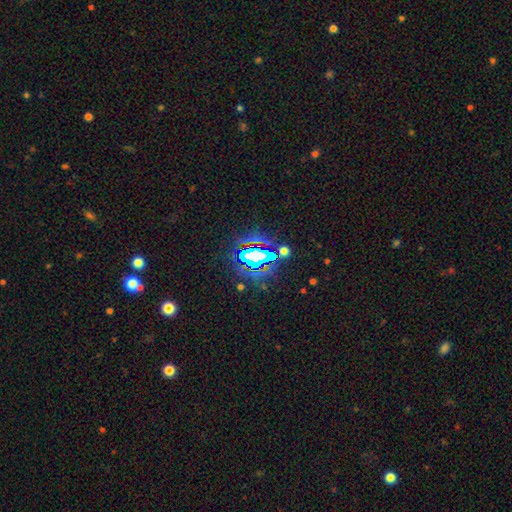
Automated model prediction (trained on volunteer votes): star or artifact 64%, smooth 20%, featured or disk 16%.